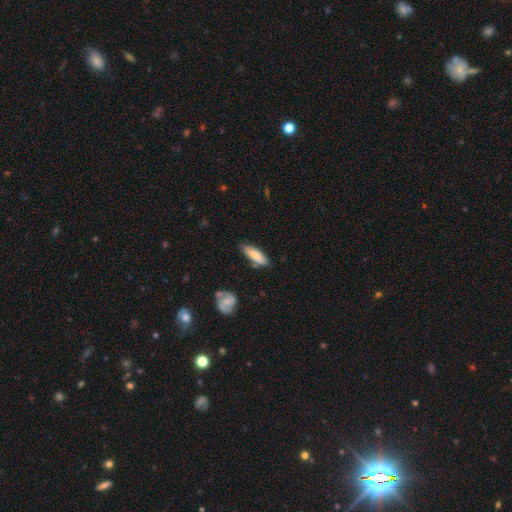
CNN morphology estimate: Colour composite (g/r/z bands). It shows a smooth galaxy with no disk features (72%) that is in between round and cigar-shaped (51%). Merging: none (75%).